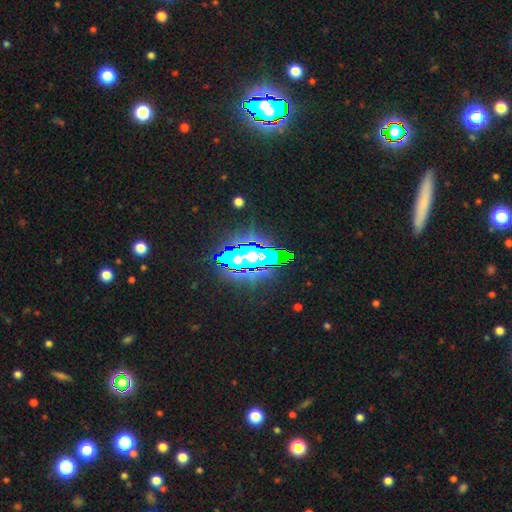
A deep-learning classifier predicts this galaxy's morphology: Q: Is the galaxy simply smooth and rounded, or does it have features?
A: star or artifact — 77%.